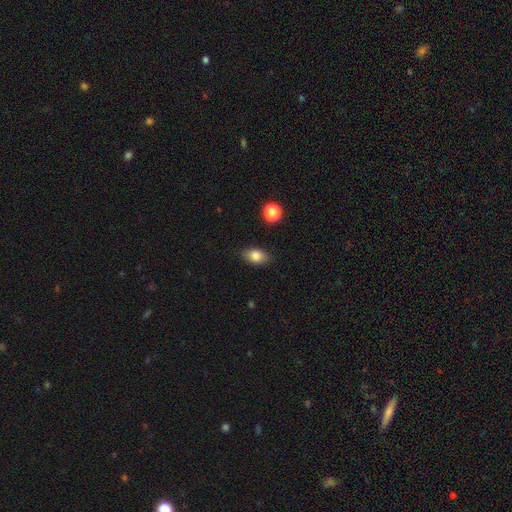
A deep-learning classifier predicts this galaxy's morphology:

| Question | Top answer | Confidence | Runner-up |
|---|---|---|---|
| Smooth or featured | smooth | 83% | star or artifact (9%) |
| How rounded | in between | 85% | round (13%) |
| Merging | none | 84% | minor disturbance (12%) |